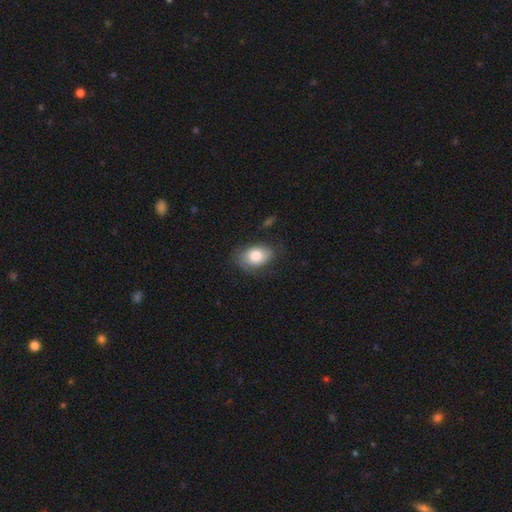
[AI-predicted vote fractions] The model was most divided on "merging": none: 66%, minor disturbance: 25%, major disturbance: 8%, merger: 2%. More confident: how rounded — in between (83%); smooth or featured — smooth (78%).